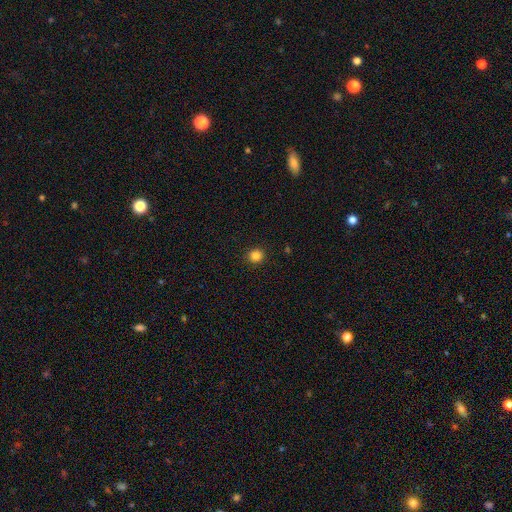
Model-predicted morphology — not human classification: Smooth or featured: smooth — 84% (star or artifact — 12%)
How rounded: round — 90% (in between — 9%)
Merging: none — 92% (minor disturbance — 5%)